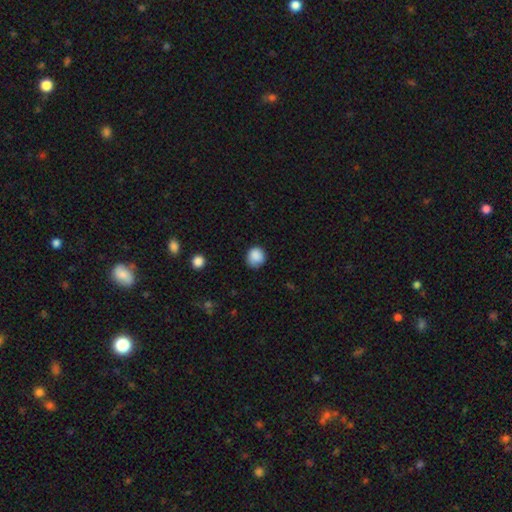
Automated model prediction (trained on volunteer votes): Overall: smooth (87%). How rounded: round (87%). Merging: none (77%).